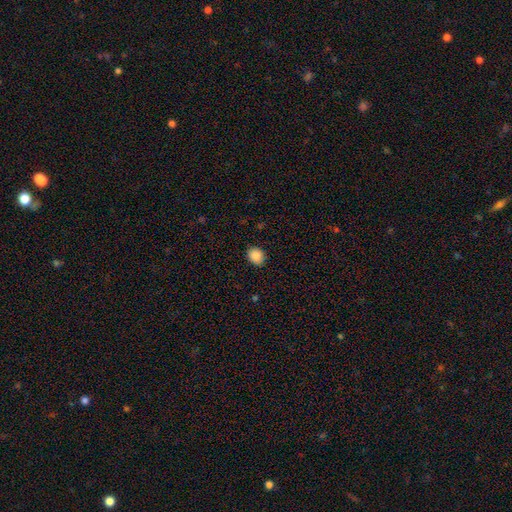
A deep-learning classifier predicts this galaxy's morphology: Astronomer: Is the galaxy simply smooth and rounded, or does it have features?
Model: smooth — 88%.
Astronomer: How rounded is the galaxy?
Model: round — 56% (runner-up: in between, 43%).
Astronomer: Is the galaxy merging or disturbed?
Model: none — 87%.